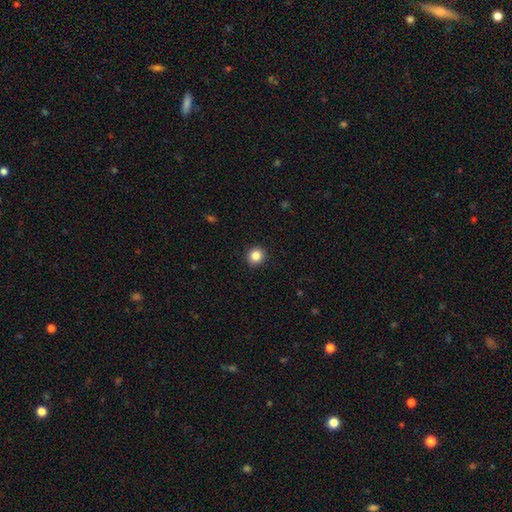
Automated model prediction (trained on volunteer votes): Smooth or featured? smooth (85%)
How rounded? round (92%)
Merging? none (93%)